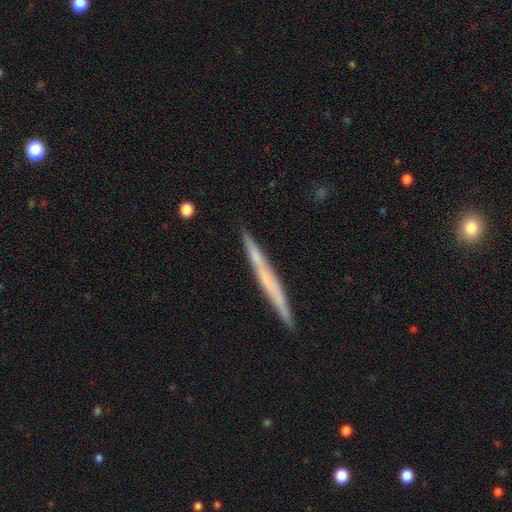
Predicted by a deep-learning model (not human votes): This appears to be a smooth galaxy with no disk features (55%) that is cigar-shaped (94%). Merging: none (84%).